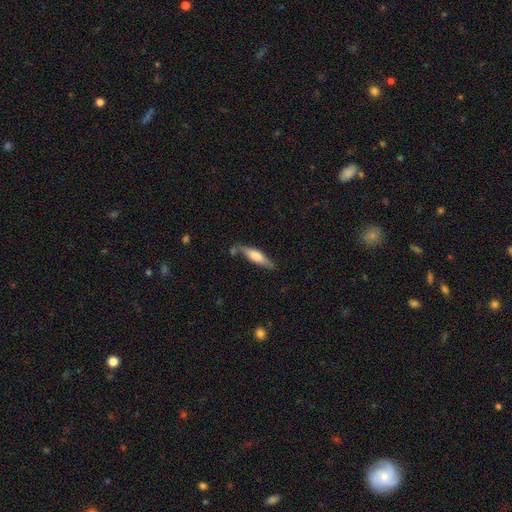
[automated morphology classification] Overall: smooth (52%; featured or disk 42%). How rounded: cigar-shaped (69%; in between 29%). Merging: none (71%).